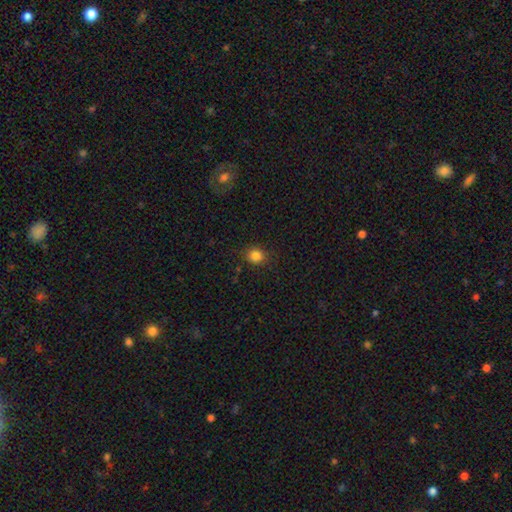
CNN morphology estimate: A smooth galaxy with no disk features (84%) that is round (79%).

Vote fractions:
- Smooth or featured? smooth: 84% / star or artifact: 12% / featured or disk: 5%
- How rounded? round: 79% / in between: 20% / cigar-shaped: 1%
- Merging? none: 86% / minor disturbance: 10% / major disturbance: 3% / merger: 1%